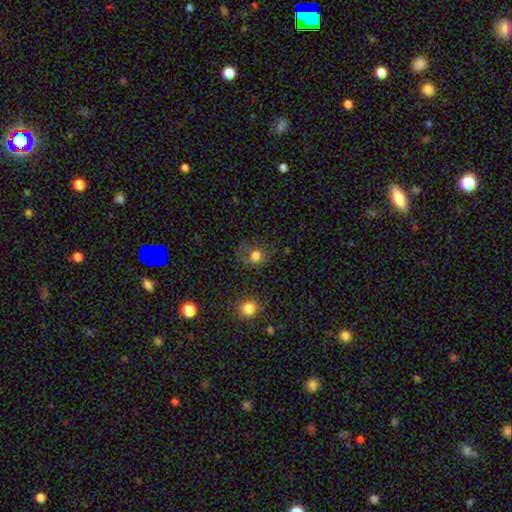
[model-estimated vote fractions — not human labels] Morphology: type=smooth (70%); roundness=round (74%); merging=none (58%).